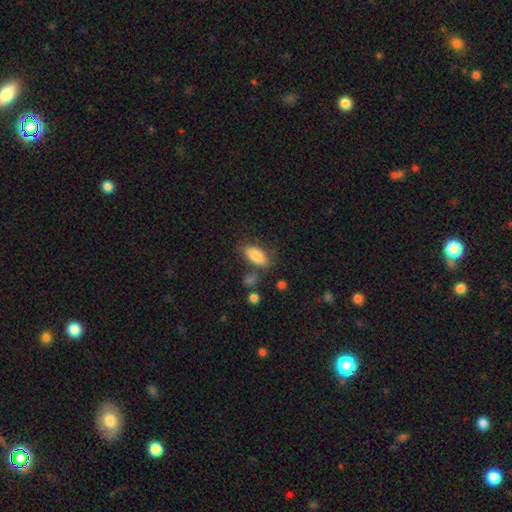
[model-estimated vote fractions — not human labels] Smooth or featured?
  - smooth: 83% *
  - featured or disk: 9%
  - star or artifact: 7%
How rounded?
  - in between: 82% *
  - cigar-shaped: 15%
  - round: 3%
Merging?
  - none: 71% *
  - minor disturbance: 18%
  - major disturbance: 6%
  - merger: 6%